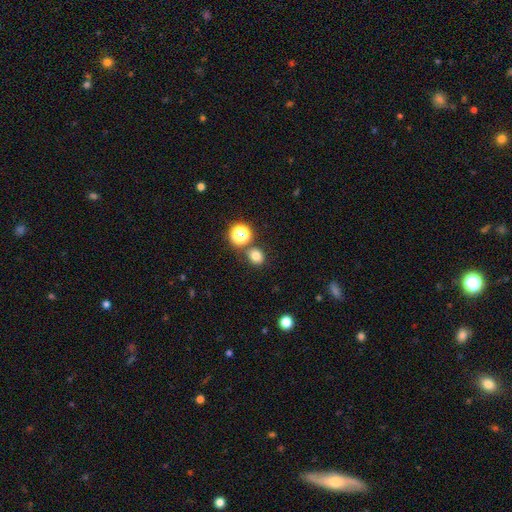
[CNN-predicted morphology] A smooth galaxy with no disk features (76%) that is round (79%). Merging: none (78%).